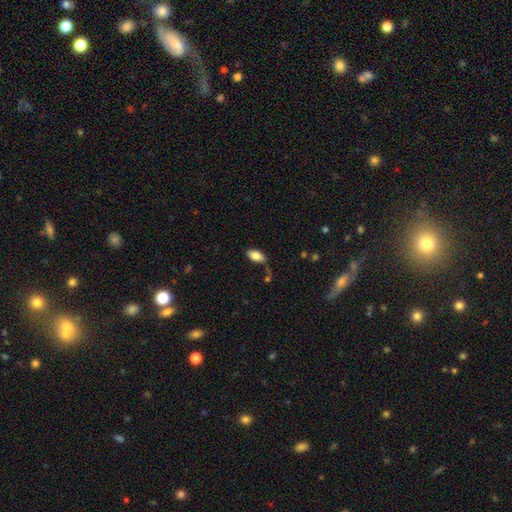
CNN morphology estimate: This appears to be a smooth galaxy with no disk features (83%) that is in between round and cigar-shaped (92%). Merging: none (66%).